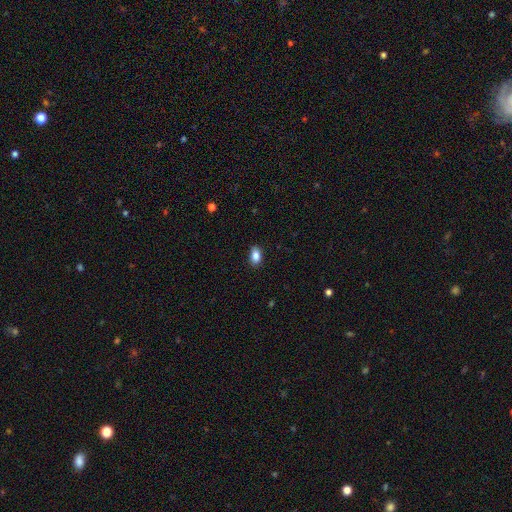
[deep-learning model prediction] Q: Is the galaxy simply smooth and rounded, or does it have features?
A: smooth — 86%.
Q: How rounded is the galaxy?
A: in between — 88%.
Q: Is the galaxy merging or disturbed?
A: none — 84%.